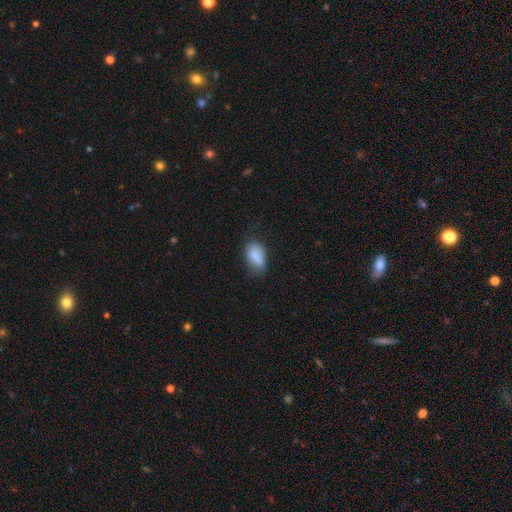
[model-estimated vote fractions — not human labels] Overall: smooth (84%). How rounded: in between (91%). Merging: none (56%; minor disturbance 32%).